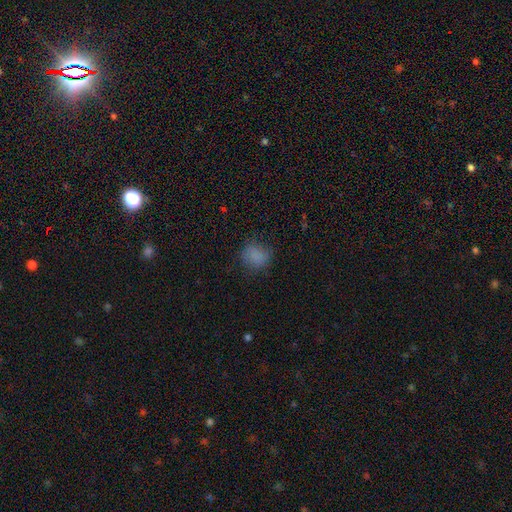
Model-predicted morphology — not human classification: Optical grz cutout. It shows a smooth galaxy with no disk features (81%) that is round (67%). Merging: none (73%).